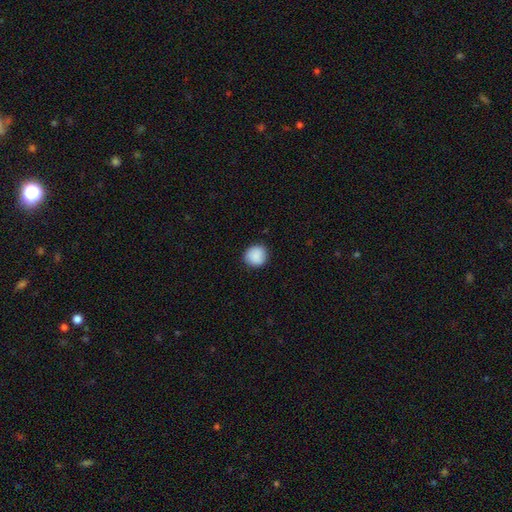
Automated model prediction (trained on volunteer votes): The model was most divided on "how rounded": round: 89%, in between: 10%, cigar-shaped: 1%. More confident: smooth or featured — smooth (90%); merging — none (89%).